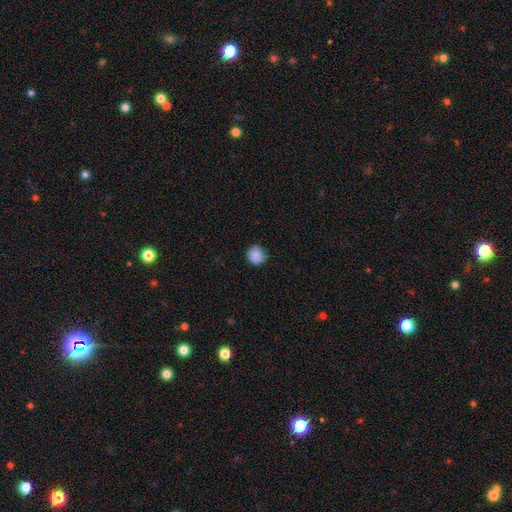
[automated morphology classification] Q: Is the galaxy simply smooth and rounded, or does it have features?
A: smooth — 87%.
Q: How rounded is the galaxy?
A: round — 91%.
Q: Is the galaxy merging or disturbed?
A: none — 79%.